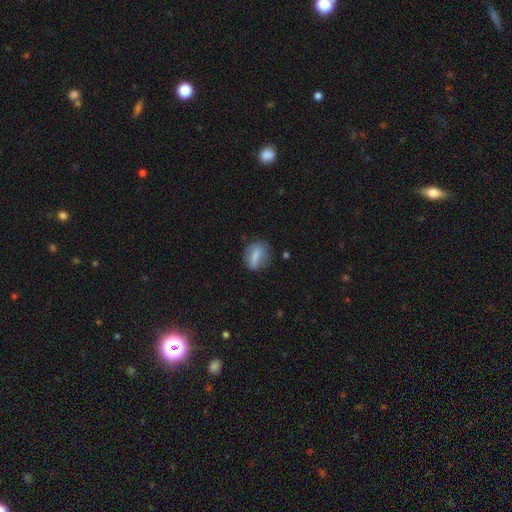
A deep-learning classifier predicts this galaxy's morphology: Smooth or featured? Predicted: smooth (p=0.69). How rounded? Predicted: in between (p=0.61). Merging? Predicted: none (p=0.68).